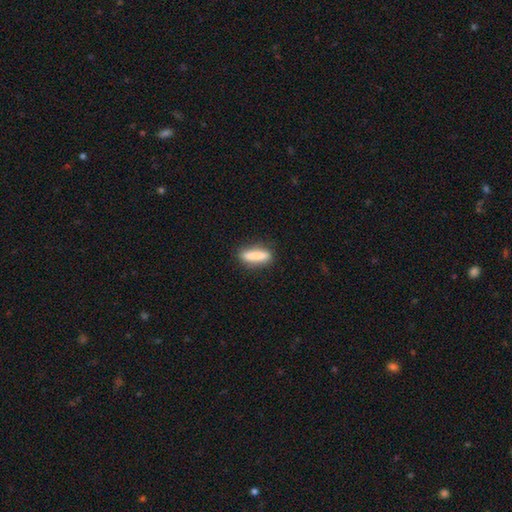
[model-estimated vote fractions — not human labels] Q: Smooth or featured?
A: smooth (79%); runner-up: featured or disk (14%)
Q: How rounded?
A: cigar-shaped (77%); runner-up: in between (21%)
Q: Merging?
A: none (87%); runner-up: minor disturbance (9%)